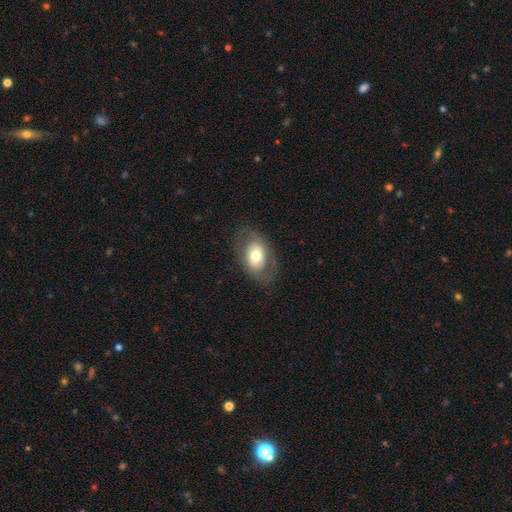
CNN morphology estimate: Smooth or featured?
  - smooth: 51% *
  - featured or disk: 42%
  - star or artifact: 7%
How rounded?
  - in between: 84% *
  - round: 15%
  - cigar-shaped: 1%
Merging?
  - none: 74% *
  - minor disturbance: 15%
  - major disturbance: 10%
  - merger: 1%